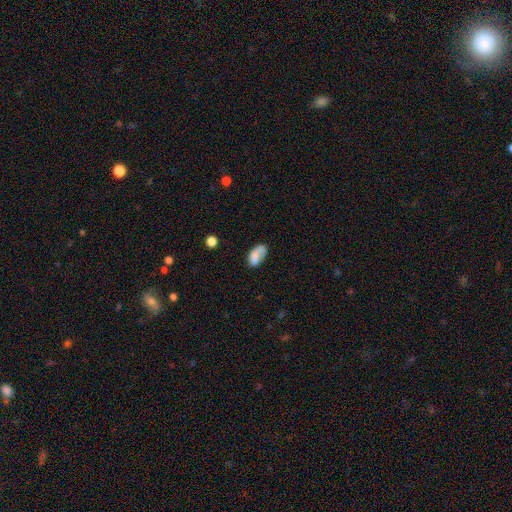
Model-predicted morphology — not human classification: Smooth or featured?
  - smooth: 72% *
  - featured or disk: 20%
  - star or artifact: 8%
How rounded?
  - in between: 93% *
  - round: 5%
  - cigar-shaped: 2%
Merging?
  - none: 52% *
  - minor disturbance: 27%
  - major disturbance: 16%
  - merger: 5%